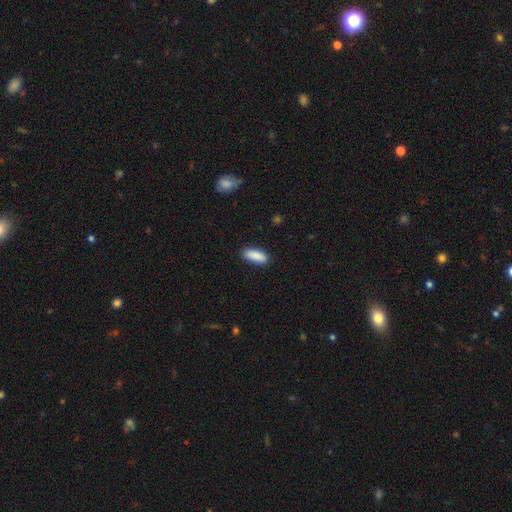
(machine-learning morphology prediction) The model was most divided on "how rounded": in between: 71%, cigar-shaped: 27%, round: 2%. More confident: smooth or featured — smooth (89%); merging — none (88%).